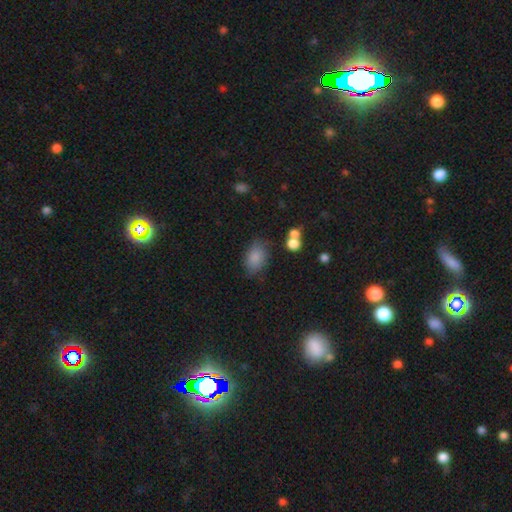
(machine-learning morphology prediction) Overall: smooth (83%). How rounded: in between (83%). Merging: none (74%).